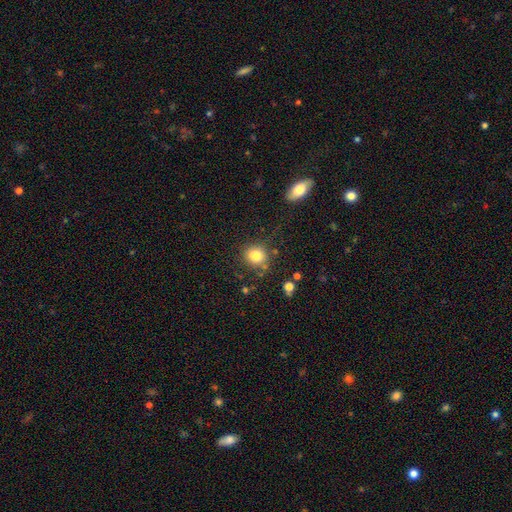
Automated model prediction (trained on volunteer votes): smooth-or-featured: smooth: 82% | star or artifact: 11% | featured or disk: 7%
  how-rounded: round: 85% | in between: 14% | cigar-shaped: 1%
  merging: none: 79% | minor disturbance: 11% | merger: 5% | major disturbance: 4%